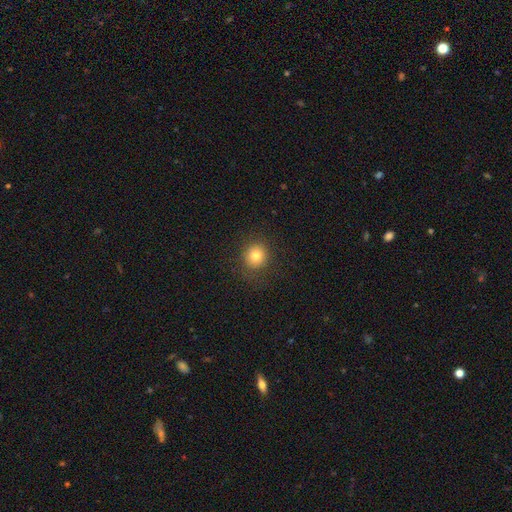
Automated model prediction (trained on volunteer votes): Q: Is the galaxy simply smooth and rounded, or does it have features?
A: smooth — 79%.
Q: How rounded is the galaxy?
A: round — 88%.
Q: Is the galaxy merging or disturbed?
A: none — 86%.